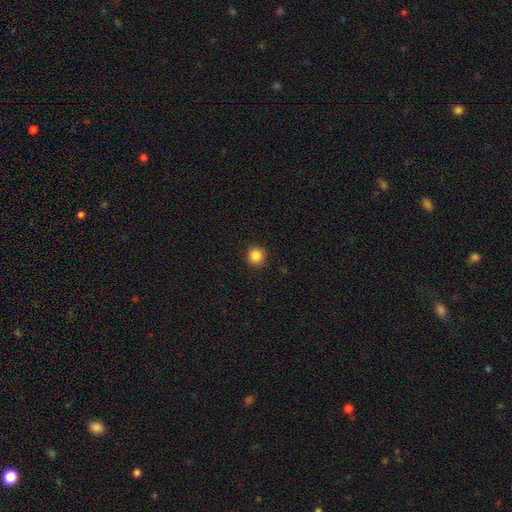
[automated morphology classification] smooth 86%, star or artifact 10%, featured or disk 3%. Down the decision tree: how rounded — round (93%); merging — none (92%).